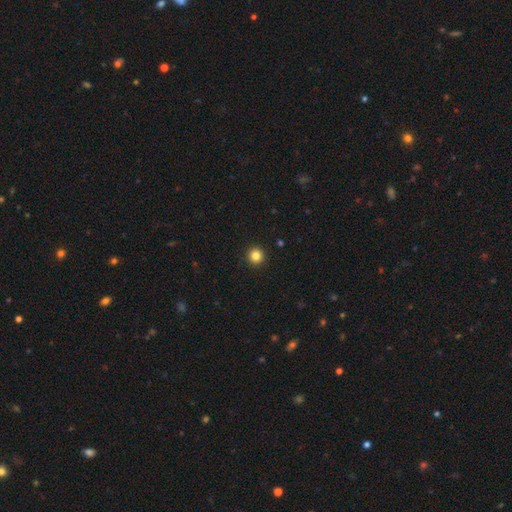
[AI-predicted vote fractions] Overall: smooth (84%). How rounded: round (96%). Merging: none (94%).